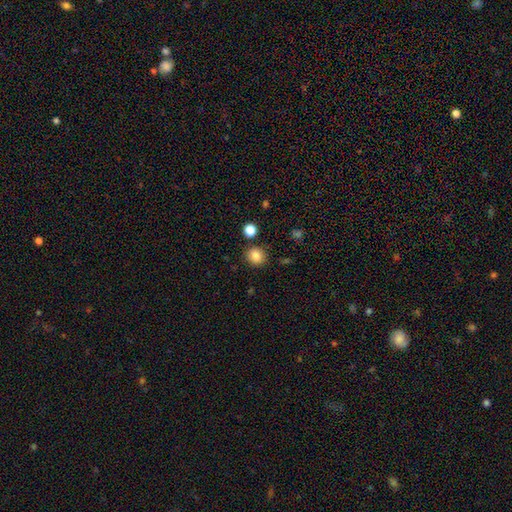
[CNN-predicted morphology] A smooth galaxy with no disk features (85%) that is round (85%). Merging: none (86%).